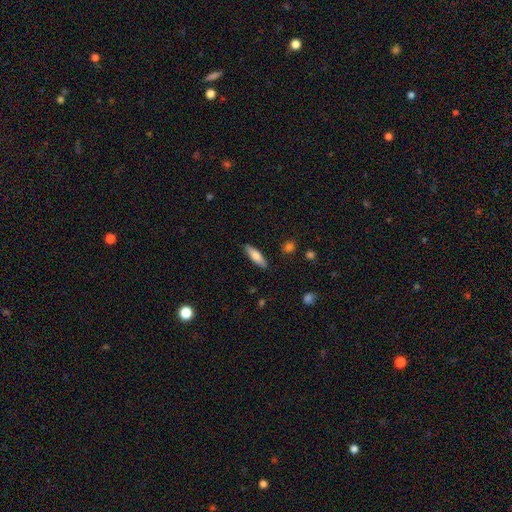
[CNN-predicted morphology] Smooth or featured? Predicted: smooth (p=0.76). How rounded? Predicted: cigar-shaped (p=0.57). Merging? Predicted: none (p=0.88).